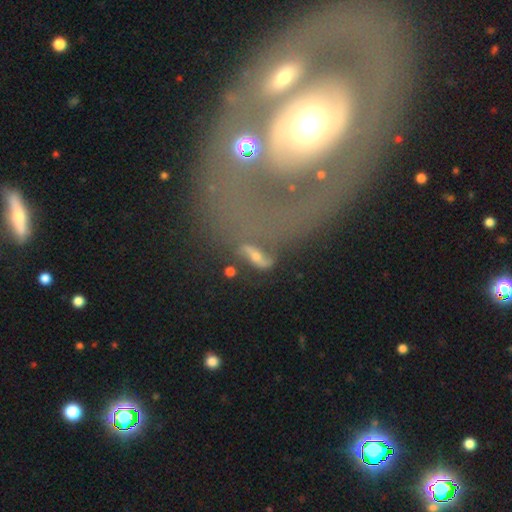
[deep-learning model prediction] Overall: featured or disk (51%; smooth 30%). Edge-on disk: no (64%; yes 36%). Merging: none (48%; minor disturbance 19%).